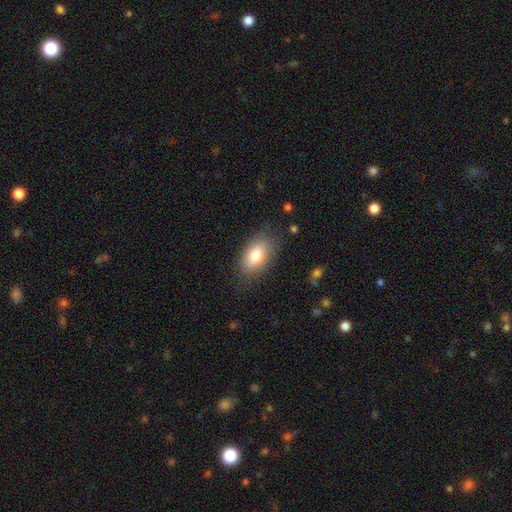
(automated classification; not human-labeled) This appears to be a smooth galaxy with no disk features (79%) that is in between round and cigar-shaped (90%). Merging: none (79%).